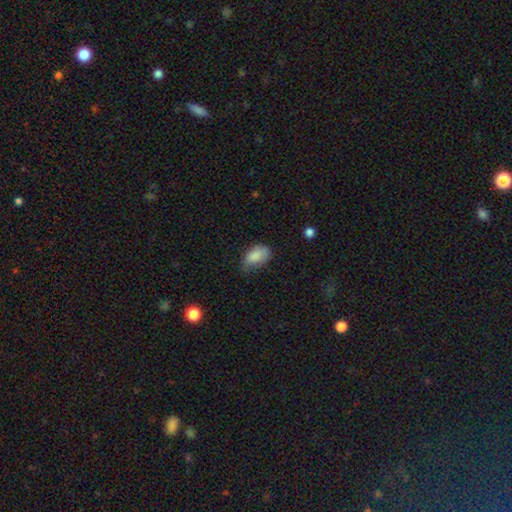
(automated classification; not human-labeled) smooth 84%, featured or disk 8%, star or artifact 7%. Down the decision tree: how rounded — in between (91%); merging — none (50%).